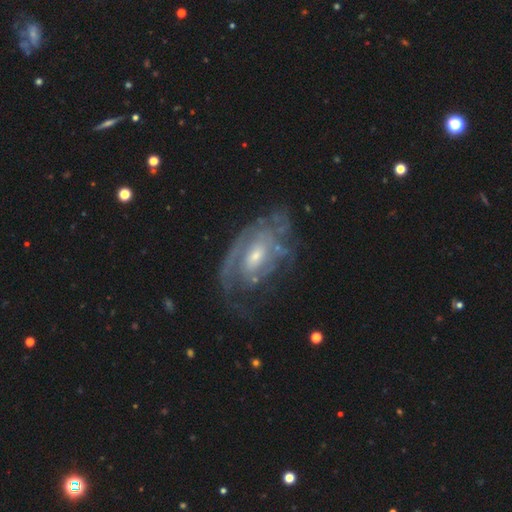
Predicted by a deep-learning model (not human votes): smooth-or-featured: featured or disk: 80% | smooth: 13% | star or artifact: 6%
  disk-edge-on: no: 95% | yes: 5%
    bar: no: 54% | weak: 38% | strong: 8%
    has-spiral-arms: yes: 82% | no: 18%
      spiral-winding: tight: 54% | medium: 33% | loose: 14%
      spiral-arm-count: can't tell: 45% | 2: 25% | 1: 12% | 3: 9% | 4: 4% | more than 4: 4%
    bulge-size: small: 53% | moderate: 40% | large: 3% | none: 2% | dominant: 1%
  merging: none: 54% | minor disturbance: 22% | major disturbance: 21% | merger: 3%